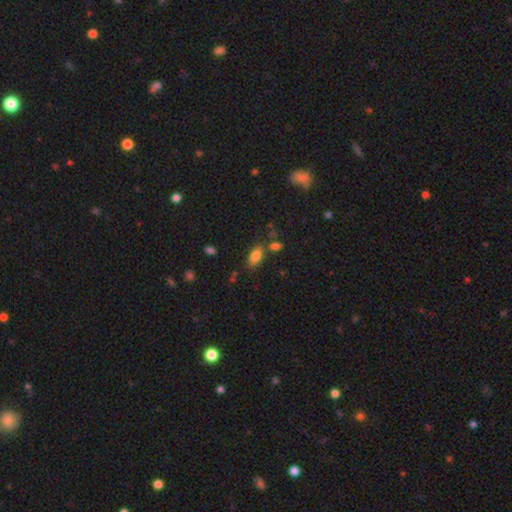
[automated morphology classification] Overall: smooth (82%). How rounded: in between (89%). Merging: none (70%).